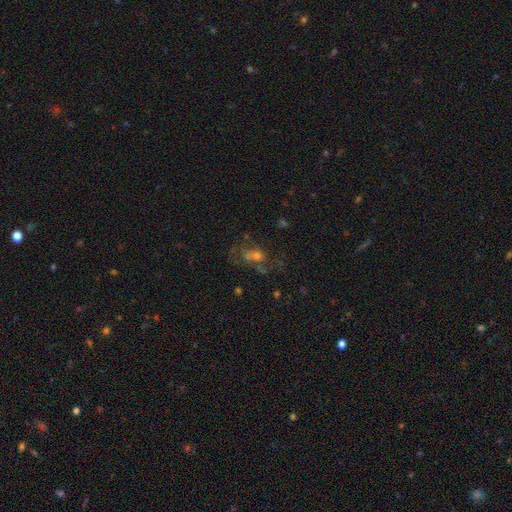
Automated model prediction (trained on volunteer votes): A featured or disk galaxy (47%).

Vote fractions:
- Smooth or featured? featured or disk: 47% / smooth: 28% / star or artifact: 25%
- Merging? none: 45% / major disturbance: 28% / minor disturbance: 17% / merger: 10%